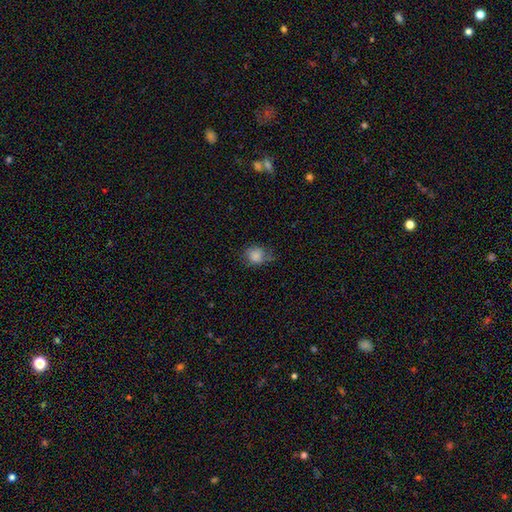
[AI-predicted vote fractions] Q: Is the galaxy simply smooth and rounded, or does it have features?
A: smooth — 82%.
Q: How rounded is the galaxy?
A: round — 64%.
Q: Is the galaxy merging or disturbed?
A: none — 55%.